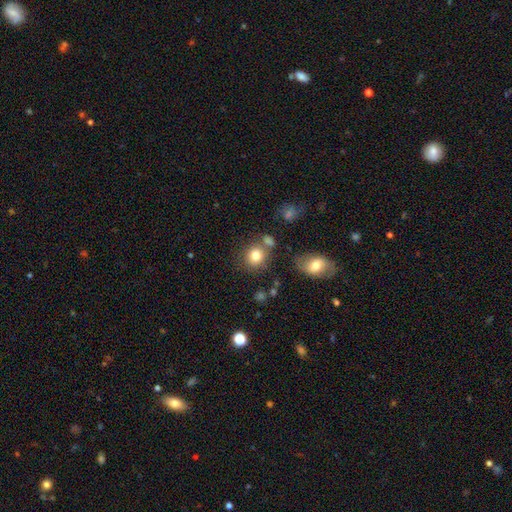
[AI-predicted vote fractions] Smooth or featured?
  - smooth: 81% *
  - star or artifact: 11%
  - featured or disk: 8%
How rounded?
  - round: 76% *
  - in between: 23%
  - cigar-shaped: 1%
Merging?
  - none: 70% *
  - merger: 13%
  - minor disturbance: 12%
  - major disturbance: 5%